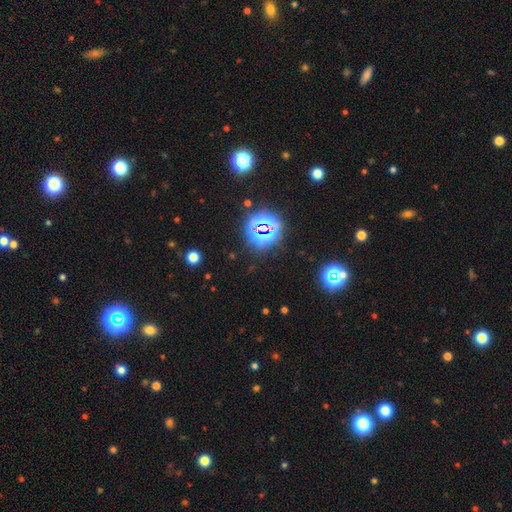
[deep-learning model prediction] star or artifact 80%, smooth 13%, featured or disk 7%.